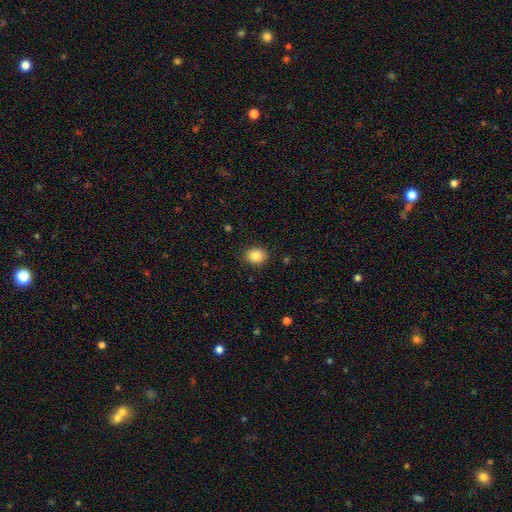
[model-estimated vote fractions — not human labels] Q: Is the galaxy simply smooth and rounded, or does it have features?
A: smooth — 86%.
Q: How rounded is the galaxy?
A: round — 59%.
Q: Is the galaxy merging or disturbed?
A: none — 88%.